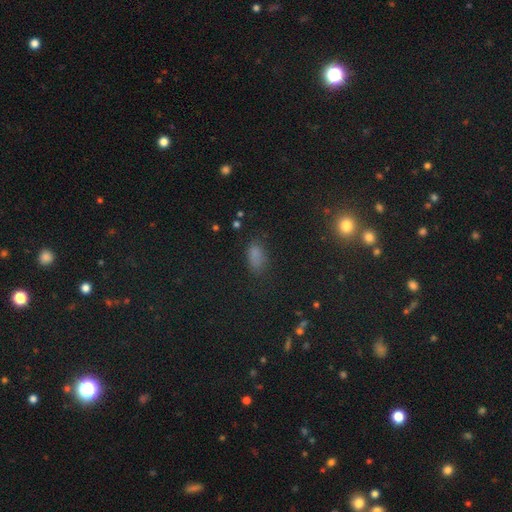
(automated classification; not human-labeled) smooth 72%, star or artifact 21%, featured or disk 7%. Down the decision tree: how rounded — in between (88%); merging — none (65%).